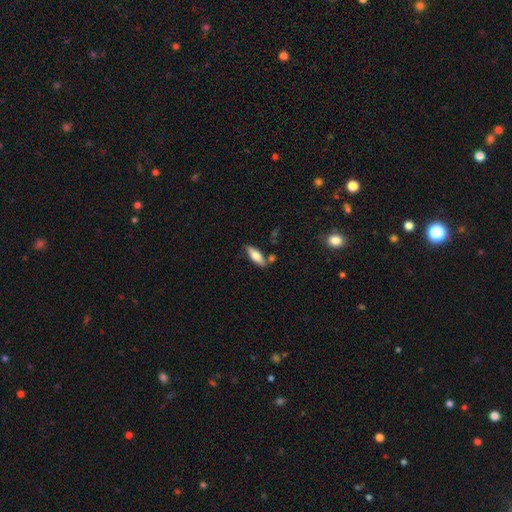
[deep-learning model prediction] Overall: smooth (67%). How rounded: in between (64%; cigar-shaped 33%). Merging: none (77%).